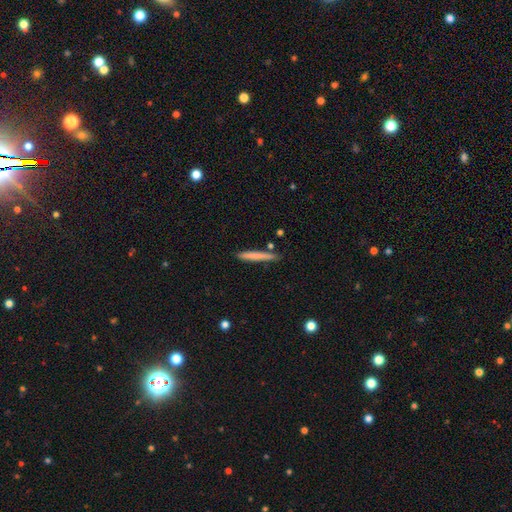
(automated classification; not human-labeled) Smooth or featured: smooth — 71% (featured or disk — 23%)
How rounded: cigar-shaped — 96% (in between — 3%)
Merging: none — 83% (minor disturbance — 12%)